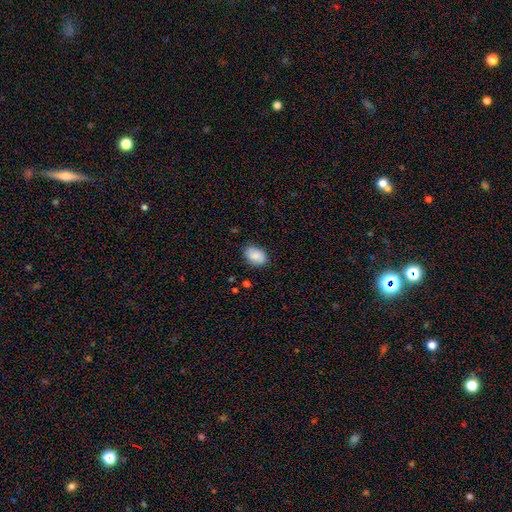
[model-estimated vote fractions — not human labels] Smooth or featured?
  - smooth: 85% *
  - featured or disk: 8%
  - star or artifact: 7%
How rounded?
  - in between: 84% *
  - round: 15%
  - cigar-shaped: 1%
Merging?
  - none: 83% *
  - minor disturbance: 13%
  - major disturbance: 3%
  - merger: 1%